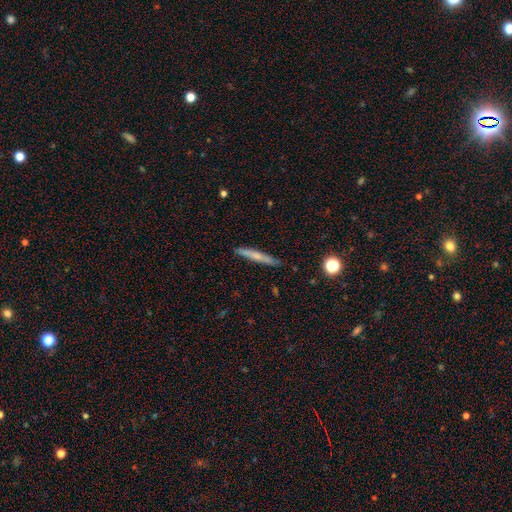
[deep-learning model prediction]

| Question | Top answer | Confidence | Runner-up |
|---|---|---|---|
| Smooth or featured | smooth | 58% | featured or disk (35%) |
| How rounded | cigar-shaped | 95% | in between (3%) |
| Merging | none | 87% | minor disturbance (10%) |